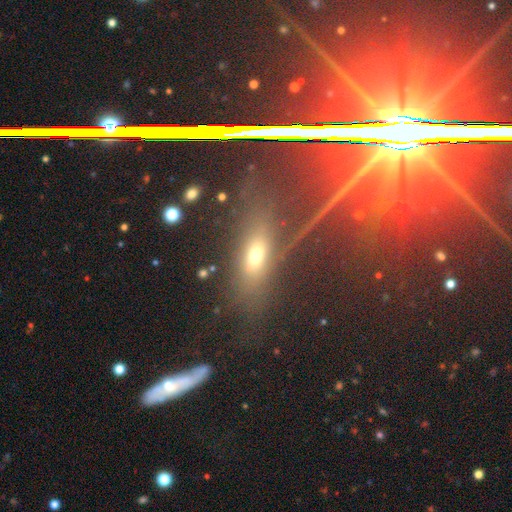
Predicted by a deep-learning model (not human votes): Morphology: type=smooth (59%); roundness=in between (67%); merging=none (61%).